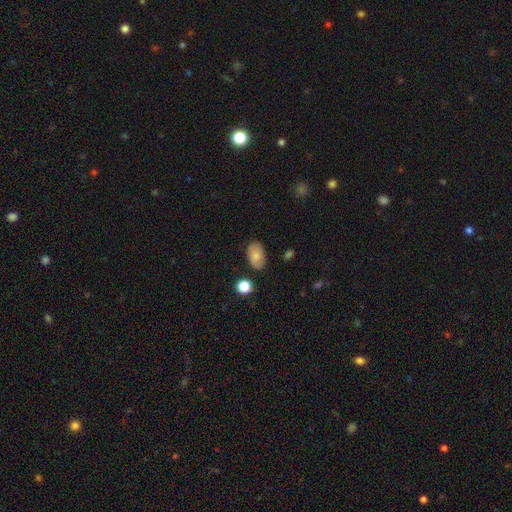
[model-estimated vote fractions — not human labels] Morphology: type=smooth (75%); roundness=in between (90%); merging=none (76%).